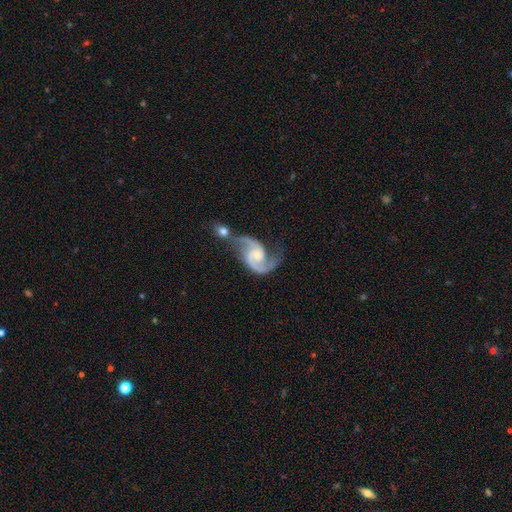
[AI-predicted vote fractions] Smooth or featured?
  - featured or disk: 92% *
  - smooth: 4%
  - star or artifact: 4%
Edge-on disk?
  - no: 98% *
  - yes: 2%
Bar?
  - no: 54% *
  - weak: 38%
  - strong: 8%
Spiral arms?
  - yes: 98% *
  - no: 2%
Spiral winding?
  - medium: 54% *
  - loose: 33%
  - tight: 13%
Spiral arm count?
  - 2: 93% *
  - 1: 2%
  - can't tell: 2%
  - 3: 1%
  - 4: 1%
  - more than 4: 1%
Bulge size?
  - small: 43% *
  - moderate: 36%
  - none: 14%
  - large: 5%
  - dominant: 2%
Merging?
  - merger: 37% *
  - none: 34%
  - minor disturbance: 16%
  - major disturbance: 13%